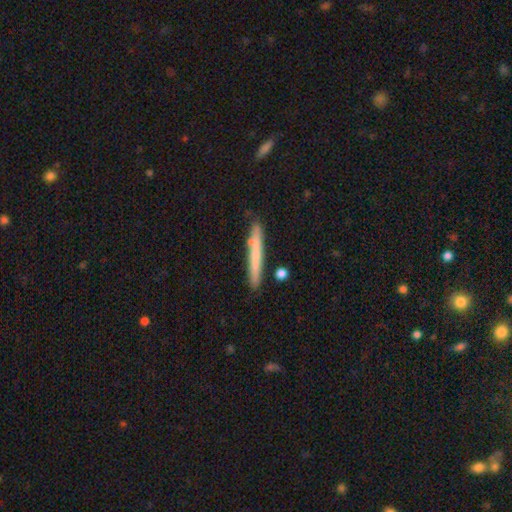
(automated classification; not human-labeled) smooth-or-featured: smooth: 63% | featured or disk: 31% | star or artifact: 6%
  how-rounded: cigar-shaped: 96% | in between: 3% | round: 1%
  merging: none: 81% | minor disturbance: 13% | merger: 4% | major disturbance: 2%